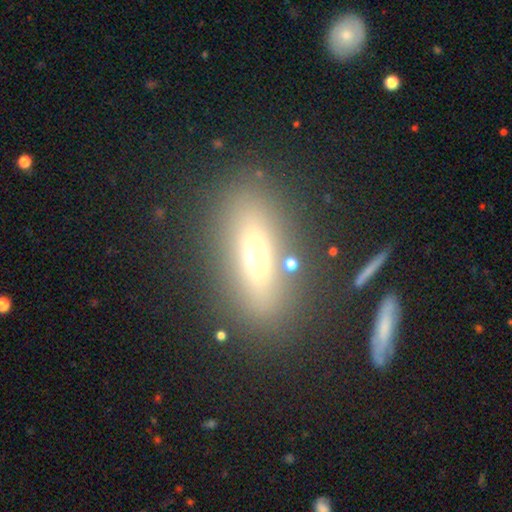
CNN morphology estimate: Smooth or featured? Predicted: smooth (p=0.57). How rounded? Predicted: in between (p=0.60). Merging? Predicted: none (p=0.80).